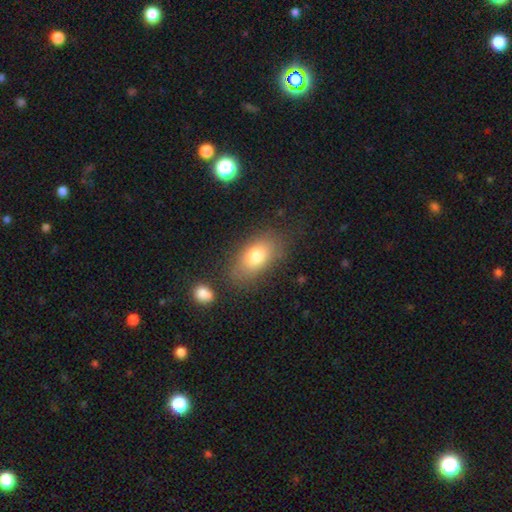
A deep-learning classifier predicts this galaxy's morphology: Overall: smooth (77%). How rounded: in between (88%). Merging: none (74%).